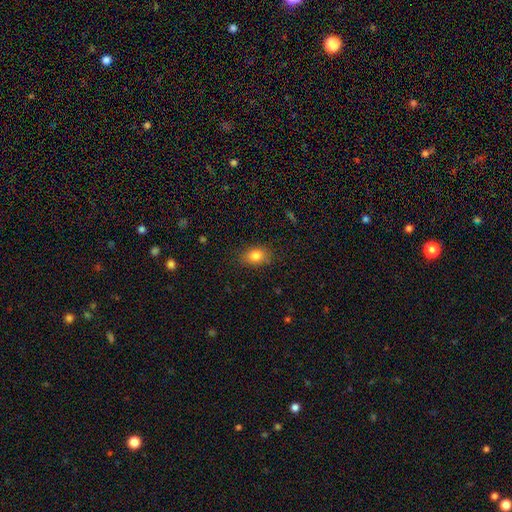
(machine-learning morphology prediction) Smooth or featured? smooth (83%)
How rounded? in between (74%)
Merging? none (84%)